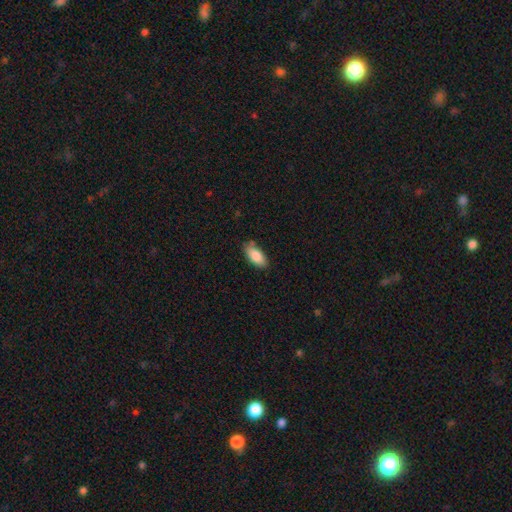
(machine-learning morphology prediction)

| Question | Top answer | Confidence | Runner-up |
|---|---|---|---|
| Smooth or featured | smooth | 85% | featured or disk (9%) |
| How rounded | in between | 89% | cigar-shaped (9%) |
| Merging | none | 72% | minor disturbance (22%) |